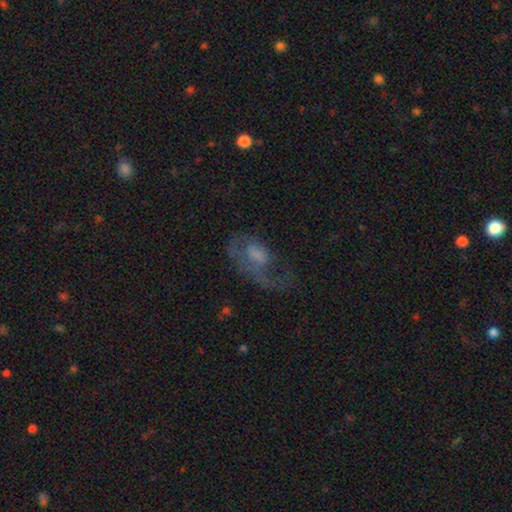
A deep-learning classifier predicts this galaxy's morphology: Q: Smooth or featured?
A: featured or disk (54%); runner-up: smooth (35%)
Q: Edge-on disk?
A: no (96%); runner-up: yes (4%)
Q: Bar?
A: no (65%); runner-up: weak (29%)
Q: Spiral arms?
A: yes (55%); runner-up: no (45%)
Q: Bulge size?
A: none (32%); runner-up: moderate (30%)
Q: Merging?
A: major disturbance (50%); runner-up: none (29%)